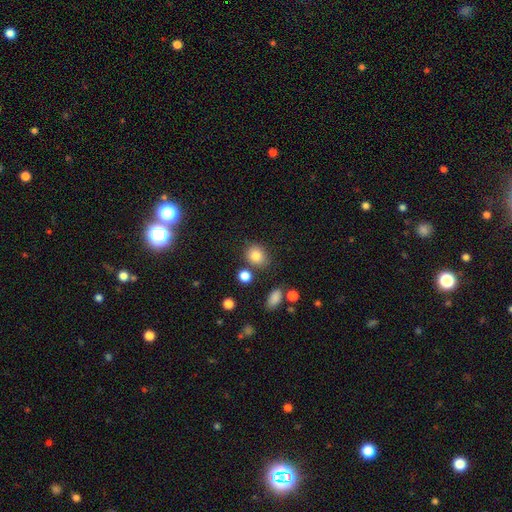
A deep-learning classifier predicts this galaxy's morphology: Smooth or featured: smooth — 83% (star or artifact — 11%)
How rounded: round — 65% (in between — 34%)
Merging: none — 76% (minor disturbance — 13%)